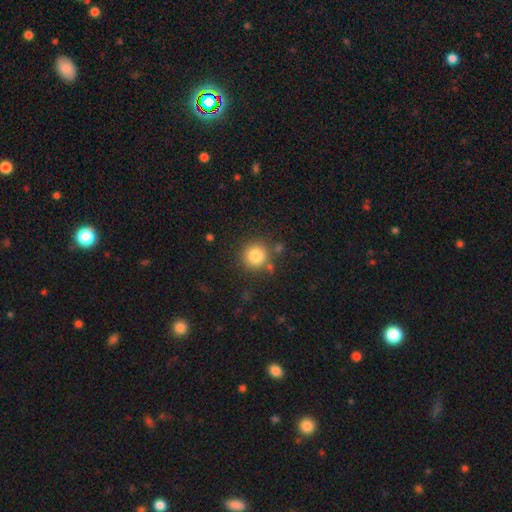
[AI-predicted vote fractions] A smooth galaxy with no disk features (82%) that is round (94%).

Vote fractions:
- Smooth or featured? smooth: 82% / star or artifact: 11% / featured or disk: 7%
- How rounded? round: 94% / in between: 5% / cigar-shaped: 1%
- Merging? none: 85% / minor disturbance: 8% / merger: 4% / major disturbance: 3%